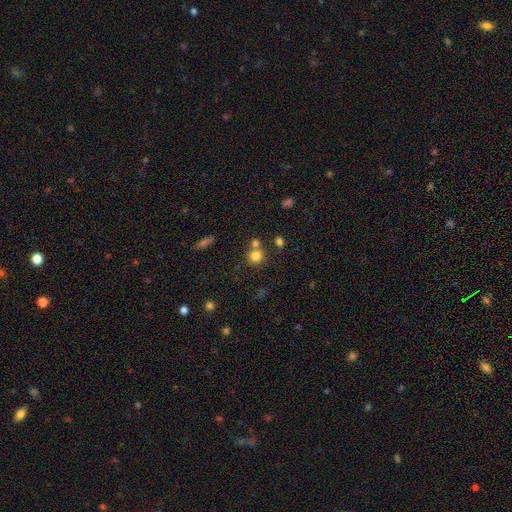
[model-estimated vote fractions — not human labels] This appears to be a smooth galaxy with no disk features (81%) that is round (84%). Merging: none (62%).